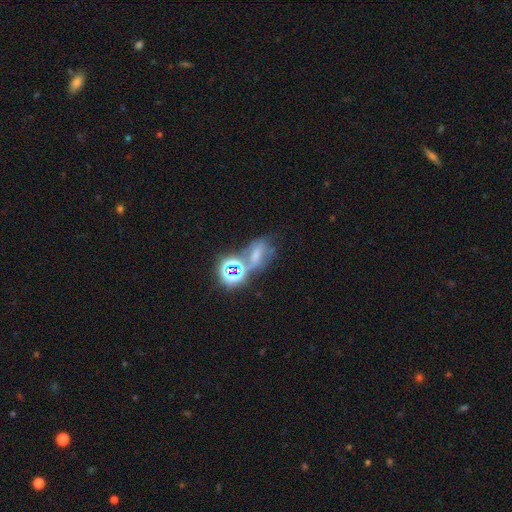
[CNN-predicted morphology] Q: Smooth or featured?
A: star or artifact (43%); runner-up: smooth (39%)